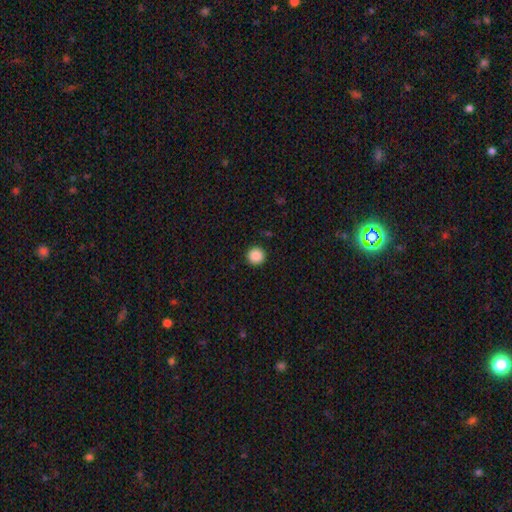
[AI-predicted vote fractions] A smooth galaxy with no disk features (88%) that is round (95%). Merging: none (92%).